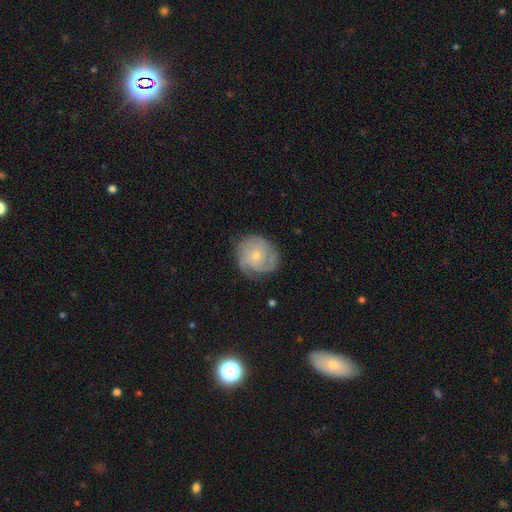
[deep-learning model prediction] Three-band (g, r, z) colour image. It shows a featured or disk galaxy (71%) with no bar (77%), tight (62%) spiral arms (91%) and a small central bulge (59%). Merging: none (71%).